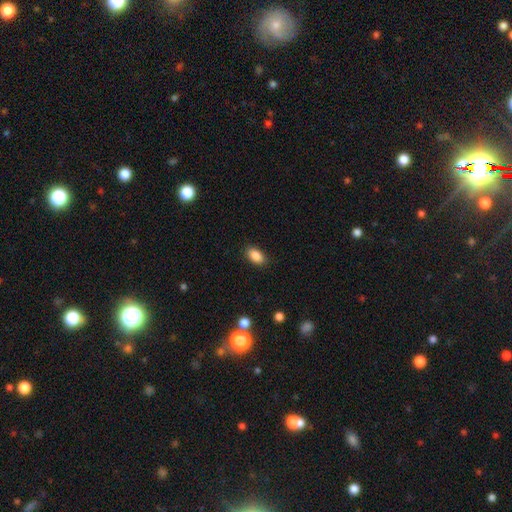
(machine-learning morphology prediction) Overall: smooth (88%). How rounded: in between (91%). Merging: none (88%).